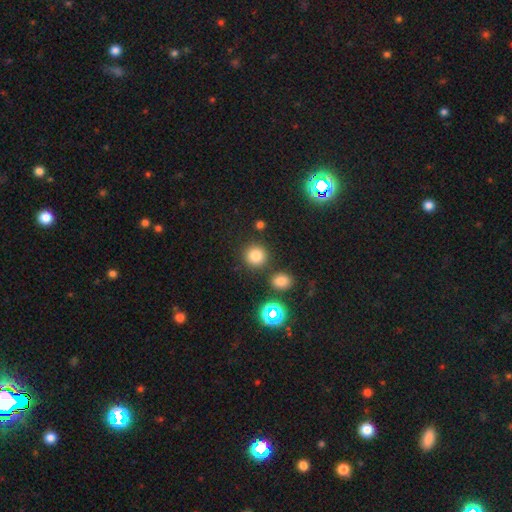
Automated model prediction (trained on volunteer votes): This is likely a smooth galaxy (78%). How rounded: clearly round (92%). Merging: clearly none (83%).